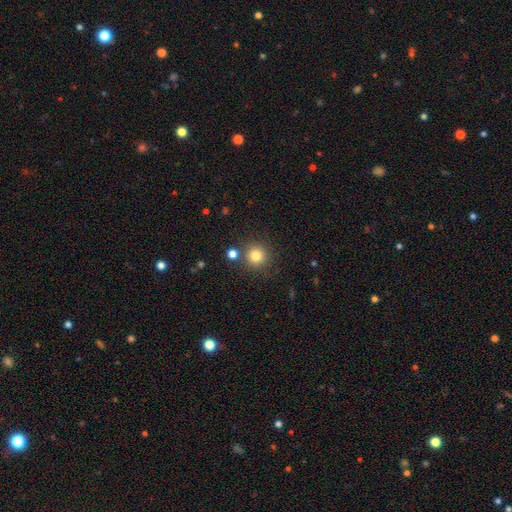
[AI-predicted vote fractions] A smooth galaxy with no disk features (81%) that is round (94%).

Vote fractions:
- Smooth or featured? smooth: 81% / star or artifact: 13% / featured or disk: 6%
- How rounded? round: 94% / in between: 5% / cigar-shaped: 1%
- Merging? none: 82% / minor disturbance: 8% / merger: 8% / major disturbance: 3%